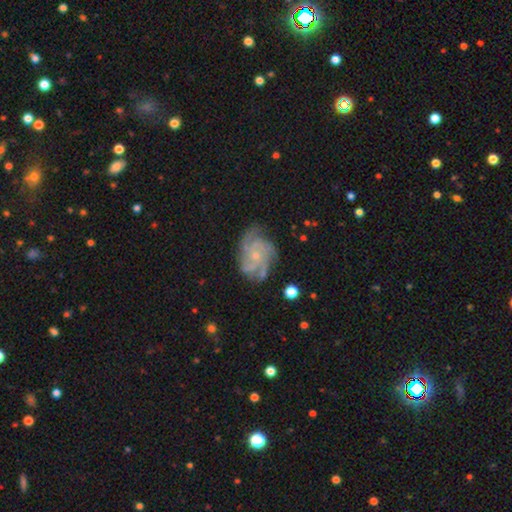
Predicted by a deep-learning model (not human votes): This is clearly a featured or disk galaxy (85%). It is clearly not viewed edge-on (98%). Bar: likely no (75%). Spiral arm pattern: clearly yes (97%). Spiral arm count: marginally 4 (34%). Spiral winding: possibly tight (52%). Central bulge: likely small (74%). Merging: likely none (73%).